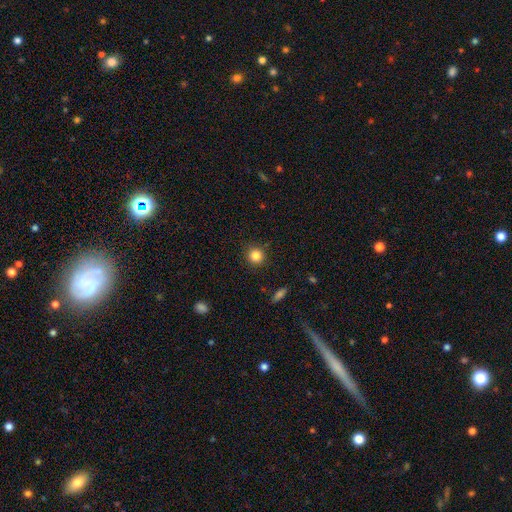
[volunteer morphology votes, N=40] This appears to be a smooth galaxy with no disk features (82%) that is round (97%). Merging: none (94%).